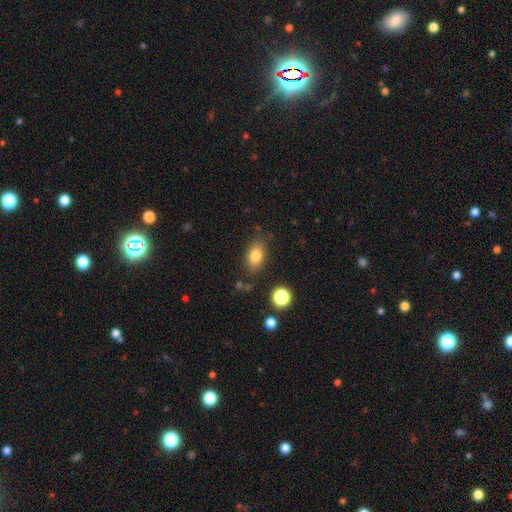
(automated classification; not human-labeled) A smooth galaxy with no disk features (81%) that is in between round and cigar-shaped (84%). Merging: none (80%).